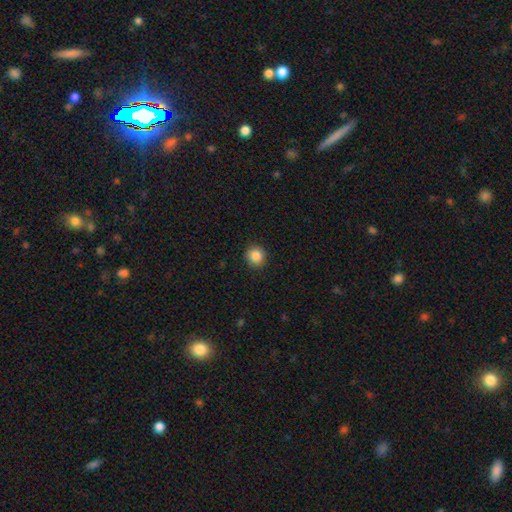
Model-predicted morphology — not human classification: This is clearly a smooth galaxy (86%). How rounded: clearly round (92%). Merging: clearly none (92%).